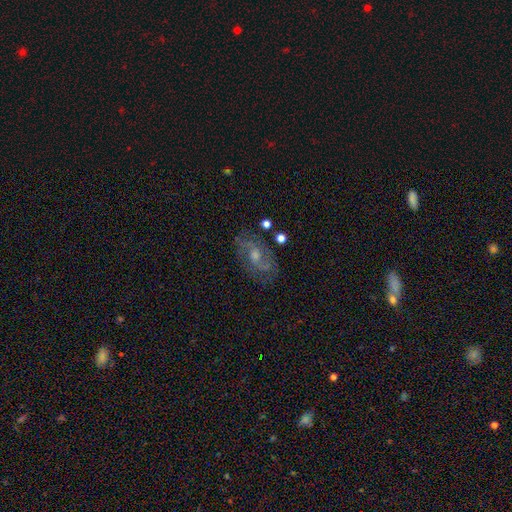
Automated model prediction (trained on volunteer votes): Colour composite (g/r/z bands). It shows a featured or disk galaxy (76%) with no bar (57%), 2 (70%) medium (49%) spiral arms (90%) and a moderate central bulge (52%). Merging: none (73%).